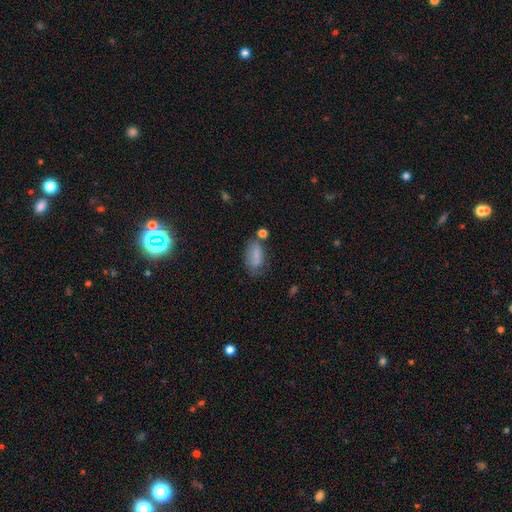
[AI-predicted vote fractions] This appears to be a smooth galaxy with no disk features (77%) that is in between round and cigar-shaped (86%). Merging: none (47%).